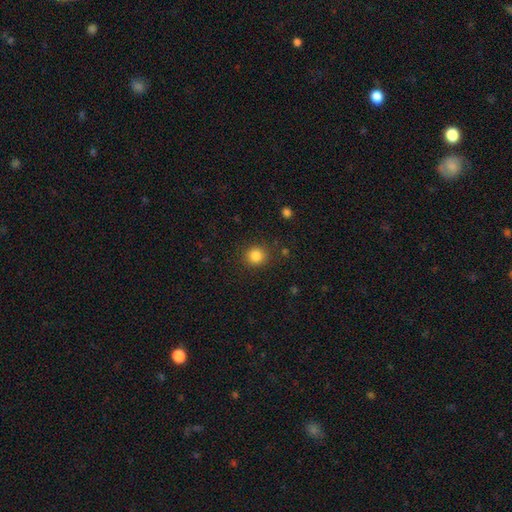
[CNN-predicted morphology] A smooth galaxy with no disk features (84%) that is round (90%). Merging: none (88%).